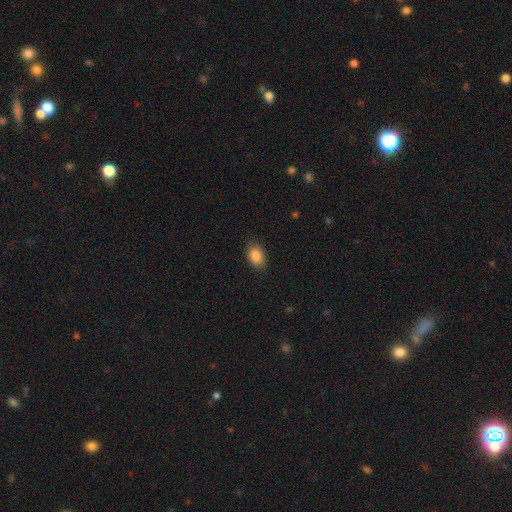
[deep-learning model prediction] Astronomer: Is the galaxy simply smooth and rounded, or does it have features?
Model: smooth — 88%.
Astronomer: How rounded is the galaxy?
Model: in between — 88%.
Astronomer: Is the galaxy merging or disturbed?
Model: none — 84%.